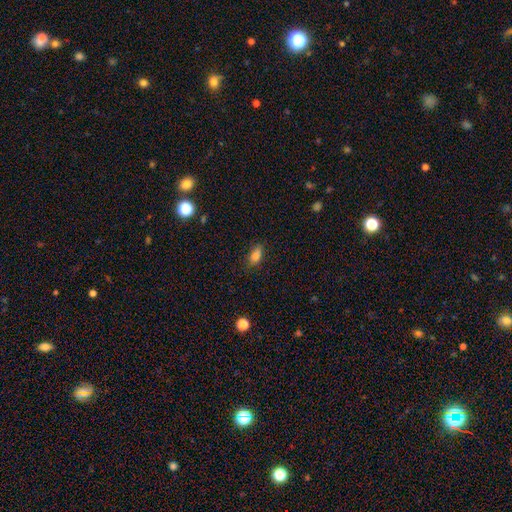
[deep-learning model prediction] smooth_or_featured: smooth (p=0.81) [alt: star or artifact p=0.11]
how_rounded: in between (p=0.84) [alt: cigar-shaped p=0.10]
merging: none (p=0.80) [alt: minor disturbance p=0.15]